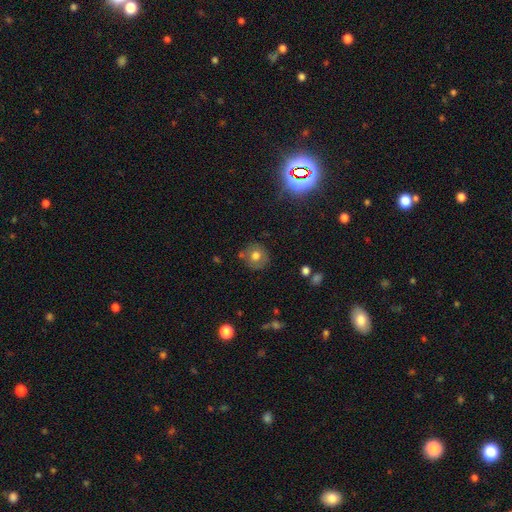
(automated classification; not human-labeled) smooth_or_featured: smooth (p=0.69) [alt: featured or disk p=0.18]
how_rounded: round (p=0.90) [alt: in between p=0.09]
merging: none (p=0.79) [alt: minor disturbance p=0.13]